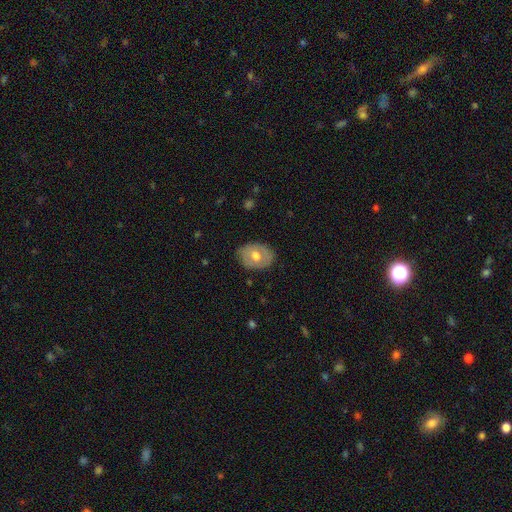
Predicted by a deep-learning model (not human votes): smooth_or_featured: smooth (p=0.55) [alt: featured or disk p=0.38]
how_rounded: in between (p=0.63) [alt: round p=0.36]
merging: none (p=0.79) [alt: minor disturbance p=0.17]